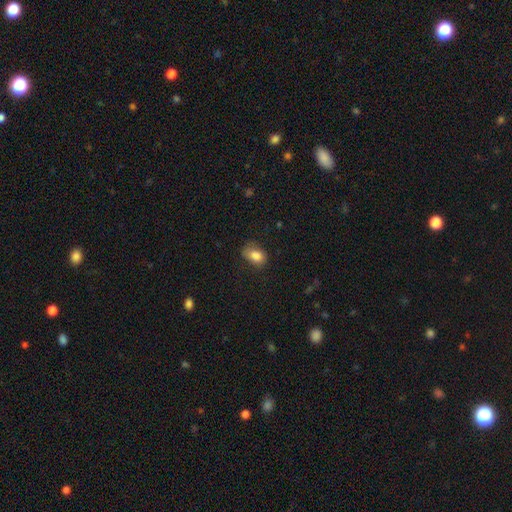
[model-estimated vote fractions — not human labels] Smooth or featured: smooth — 83% (star or artifact — 9%)
How rounded: in between — 78% (round — 21%)
Merging: none — 54% (minor disturbance — 31%)